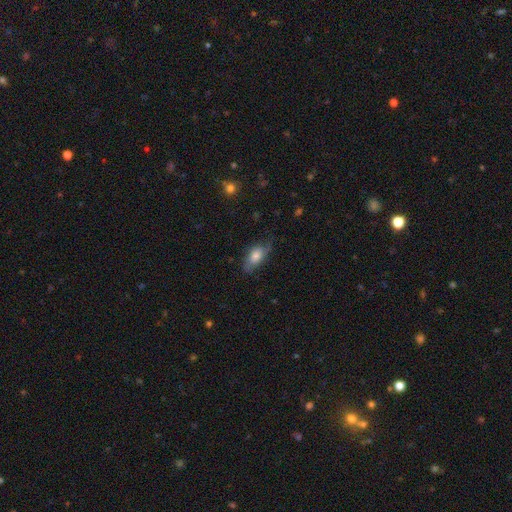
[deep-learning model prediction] Smooth or featured: smooth — 58% (featured or disk — 33%)
How rounded: in between — 85% (cigar-shaped — 9%)
Merging: none — 62% (minor disturbance — 27%)